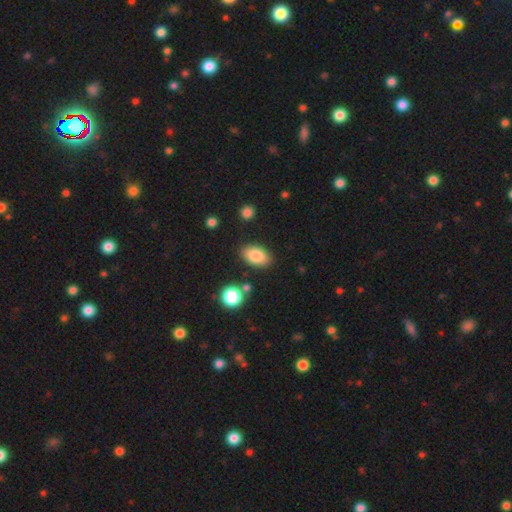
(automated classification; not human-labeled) A smooth galaxy with no disk features (83%) that is in between round and cigar-shaped (91%). Merging: none (83%).